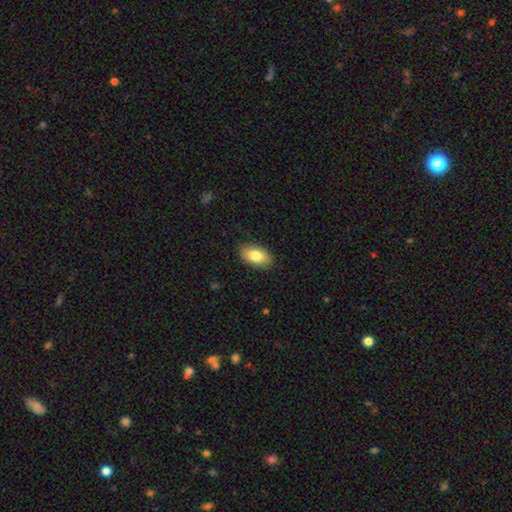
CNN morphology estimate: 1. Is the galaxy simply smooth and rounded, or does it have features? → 82% smooth, 11% featured or disk, 7% star or artifact.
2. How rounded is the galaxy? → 93% in between, 5% round, 2% cigar-shaped.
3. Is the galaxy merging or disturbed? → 87% none, 10% minor disturbance, 2% major disturbance, 1% merger.